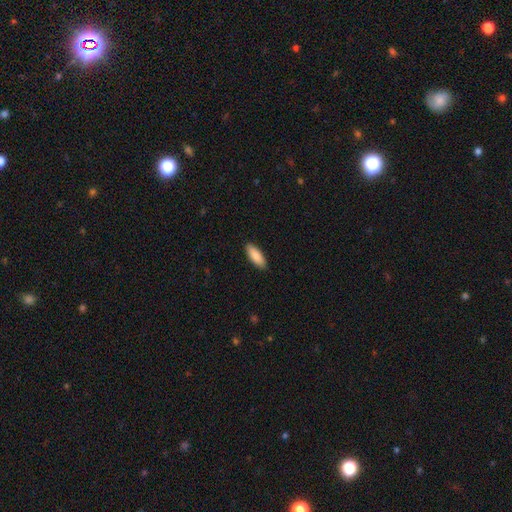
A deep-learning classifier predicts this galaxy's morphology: Smooth or featured: smooth — 87% (featured or disk — 7%)
How rounded: in between — 68% (cigar-shaped — 31%)
Merging: none — 90% (minor disturbance — 8%)